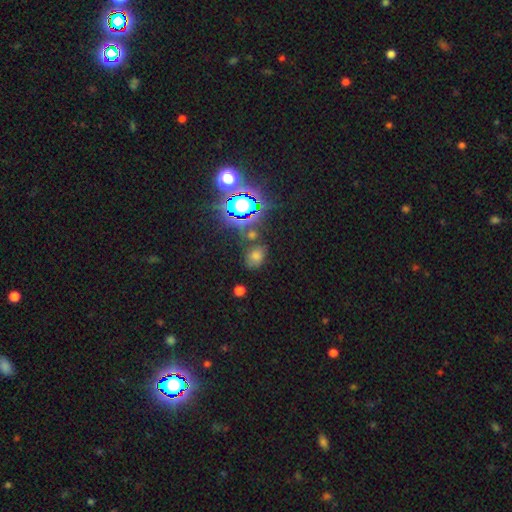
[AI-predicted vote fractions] Morphology: type=smooth (53%); roundness=in between (66%); merging=none (71%).